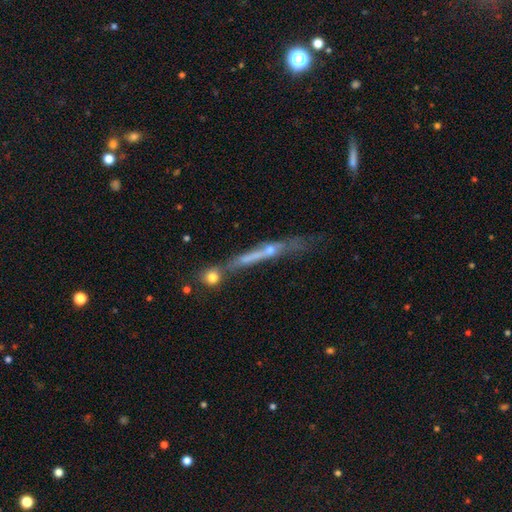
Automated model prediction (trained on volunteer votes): This is likely a featured or disk galaxy (60%). It is likely viewed edge-on (79%). Merging: possibly none (47%).